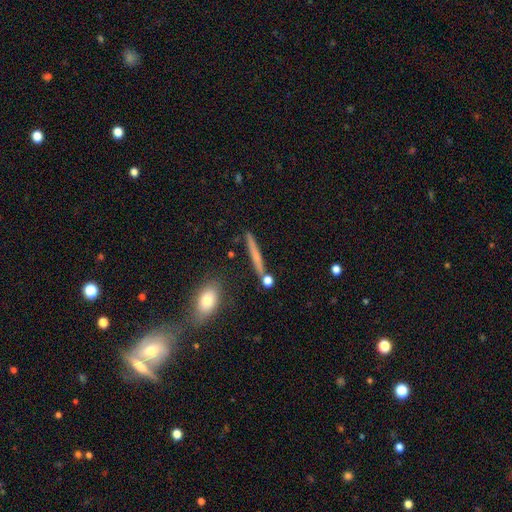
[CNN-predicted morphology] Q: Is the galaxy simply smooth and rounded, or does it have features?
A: smooth — 53%.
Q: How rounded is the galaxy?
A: cigar-shaped — 91%.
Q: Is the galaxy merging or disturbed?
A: none — 83%.